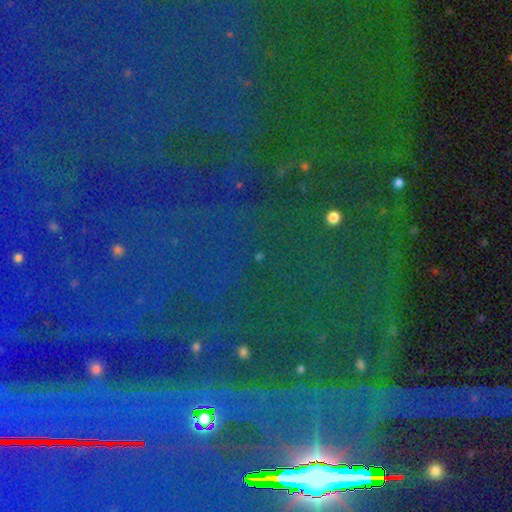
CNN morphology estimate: Smooth or featured: star or artifact — 85% (smooth — 8%)